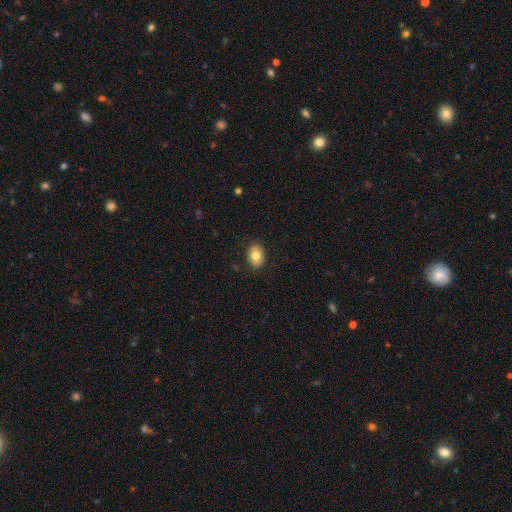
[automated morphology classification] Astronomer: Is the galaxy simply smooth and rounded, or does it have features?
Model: smooth — 78%.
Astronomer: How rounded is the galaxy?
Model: in between — 76%.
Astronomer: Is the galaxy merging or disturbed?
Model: none — 87%.